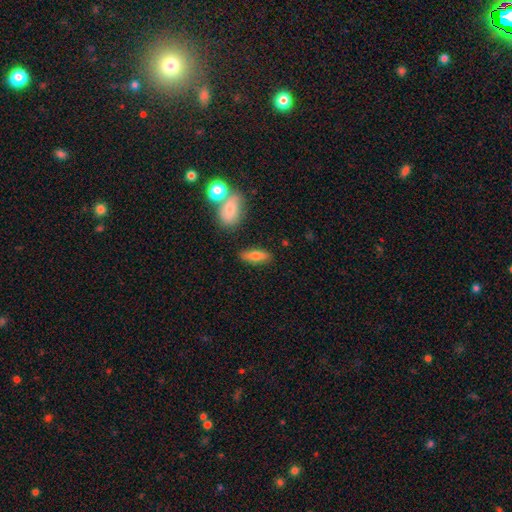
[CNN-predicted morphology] smooth-or-featured: smooth: 76% | featured or disk: 17% | star or artifact: 7%
  how-rounded: in between: 67% | cigar-shaped: 30% | round: 3%
  merging: none: 82% | minor disturbance: 11% | merger: 4% | major disturbance: 3%